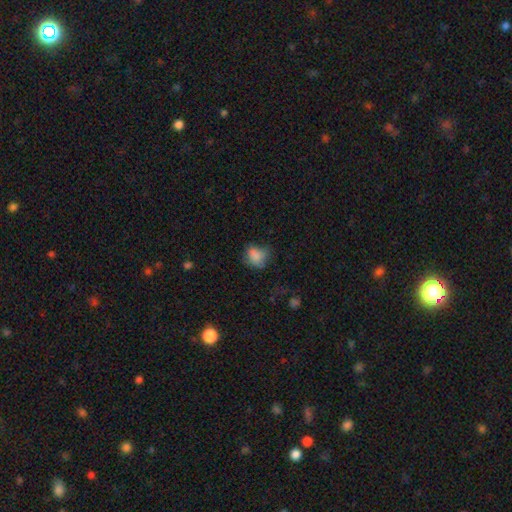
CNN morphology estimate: Smooth or featured: smooth — 79% (star or artifact — 11%)
How rounded: in between — 51% (round — 48%)
Merging: none — 47% (minor disturbance — 30%)